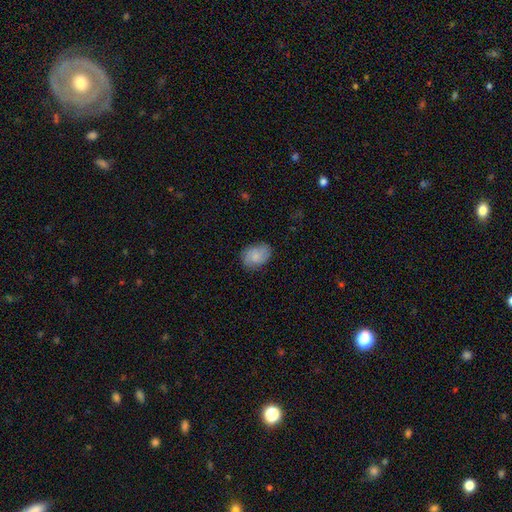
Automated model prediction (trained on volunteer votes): A smooth galaxy with no disk features (74%) that is in between round and cigar-shaped (72%).

Vote fractions:
- Smooth or featured? smooth: 74% / featured or disk: 19% / star or artifact: 7%
- How rounded? in between: 72% / round: 27% / cigar-shaped: 1%
- Merging? none: 78% / minor disturbance: 17% / major disturbance: 4% / merger: 1%